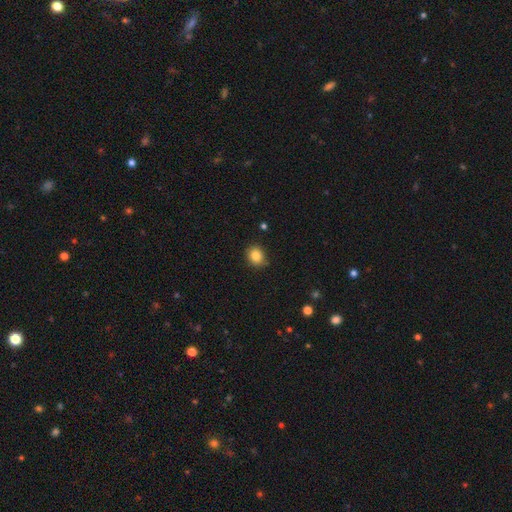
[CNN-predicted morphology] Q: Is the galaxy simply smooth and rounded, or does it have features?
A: smooth — 84%.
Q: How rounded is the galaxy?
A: round — 72%.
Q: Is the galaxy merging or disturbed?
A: none — 85%.